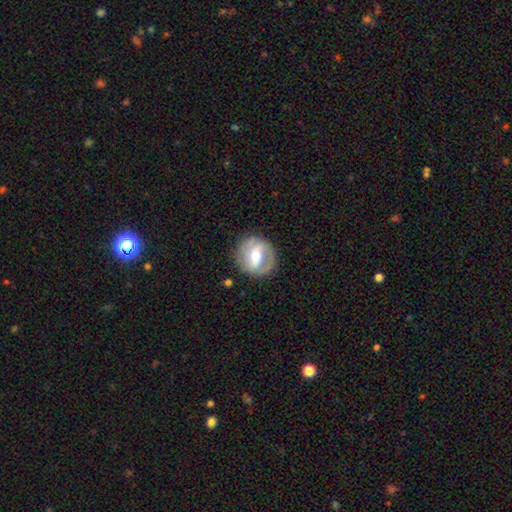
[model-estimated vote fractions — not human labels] Smooth or featured?
  - featured or disk: 66% *
  - smooth: 28%
  - star or artifact: 7%
Edge-on disk?
  - no: 95% *
  - yes: 5%
Bar?
  - weak: 42% *
  - strong: 40%
  - no: 18%
Spiral arms?
  - yes: 66% *
  - no: 34%
Bulge size?
  - moderate: 71% *
  - small: 19%
  - large: 8%
  - dominant: 1%
  - none: 1%
Merging?
  - none: 80% *
  - minor disturbance: 13%
  - major disturbance: 6%
  - merger: 1%